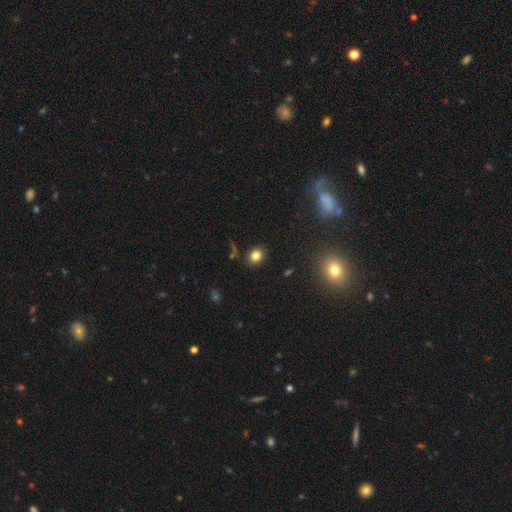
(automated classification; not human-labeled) A smooth galaxy with no disk features (80%) that is round (53%).

Vote fractions:
- Smooth or featured? smooth: 80% / star or artifact: 13% / featured or disk: 7%
- How rounded? round: 53% / in between: 46% / cigar-shaped: 1%
- Merging? none: 85% / minor disturbance: 10% / major disturbance: 3% / merger: 3%